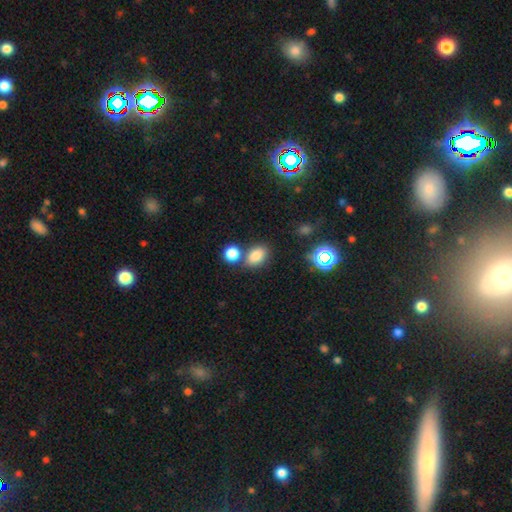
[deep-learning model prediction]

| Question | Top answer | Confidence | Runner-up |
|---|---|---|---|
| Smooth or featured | smooth | 81% | star or artifact (13%) |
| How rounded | in between | 77% | round (21%) |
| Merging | none | 63% | merger (21%) |